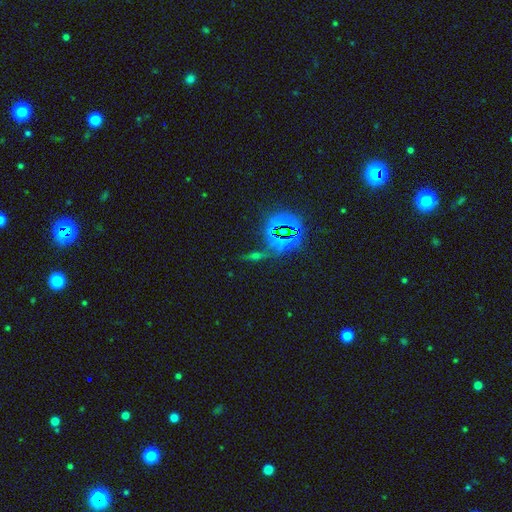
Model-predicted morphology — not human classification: Smooth or featured? Predicted: star or artifact (p=0.58).